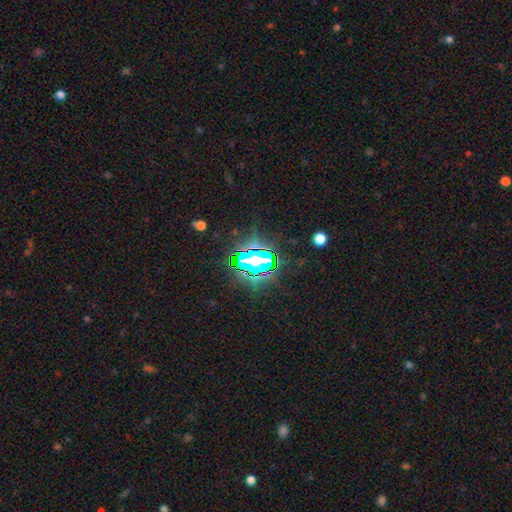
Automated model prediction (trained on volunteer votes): Smooth or featured? star or artifact (81%)